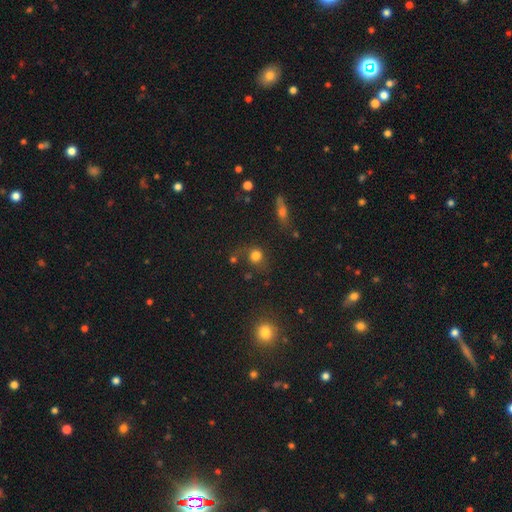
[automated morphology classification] Smooth or featured? Predicted: smooth (p=0.75). How rounded? Predicted: round (p=0.79). Merging? Predicted: none (p=0.60).